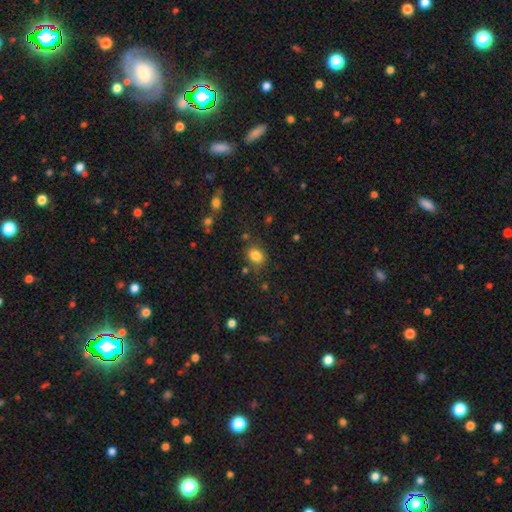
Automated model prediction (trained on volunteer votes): Smooth or featured? Predicted: smooth (p=0.82). How rounded? Predicted: round (p=0.55). Merging? Predicted: none (p=0.76).